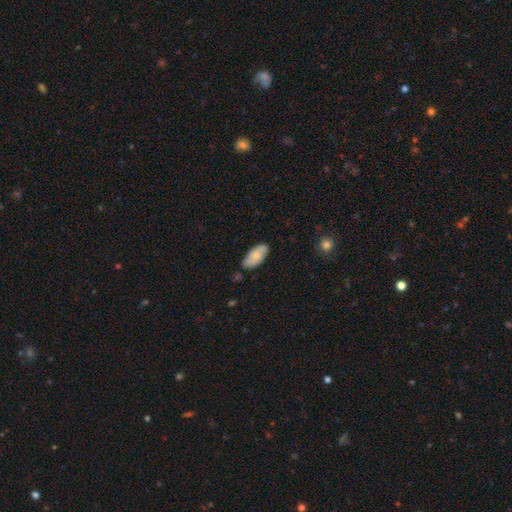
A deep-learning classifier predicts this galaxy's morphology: smooth-or-featured: smooth: 78% | featured or disk: 16% | star or artifact: 6%
  how-rounded: in between: 91% | cigar-shaped: 7% | round: 2%
  merging: none: 79% | minor disturbance: 17% | major disturbance: 3% | merger: 2%